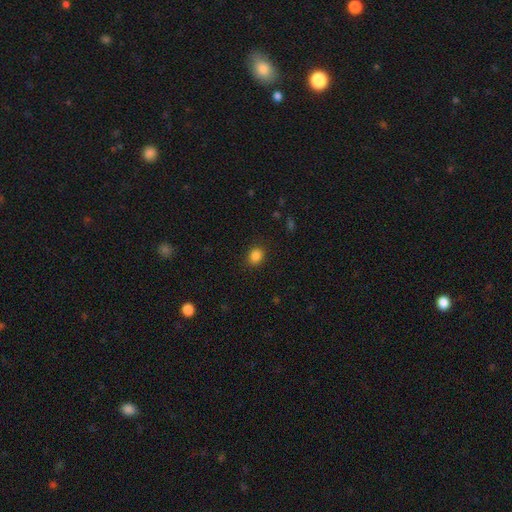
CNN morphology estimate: Overall: smooth (86%). How rounded: round (64%; in between 35%). Merging: none (88%).